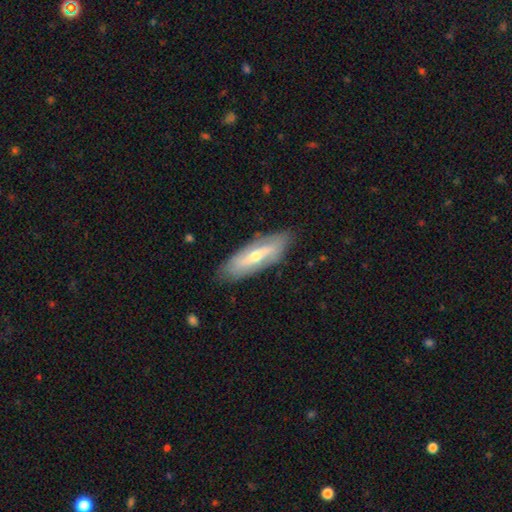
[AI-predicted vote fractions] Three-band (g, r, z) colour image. It shows a featured or disk galaxy (58%). Merging: none (82%).